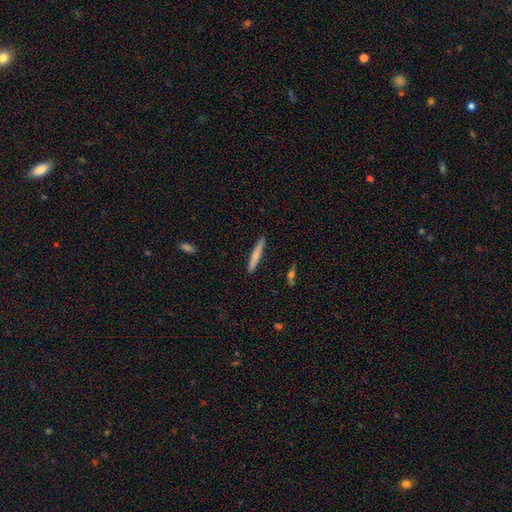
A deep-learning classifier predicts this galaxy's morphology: A smooth galaxy with no disk features (69%) that is cigar-shaped (95%).

Vote fractions:
- Smooth or featured? smooth: 69% / featured or disk: 25% / star or artifact: 6%
- How rounded? cigar-shaped: 95% / in between: 4% / round: 1%
- Merging? none: 89% / minor disturbance: 8% / major disturbance: 2% / merger: 1%